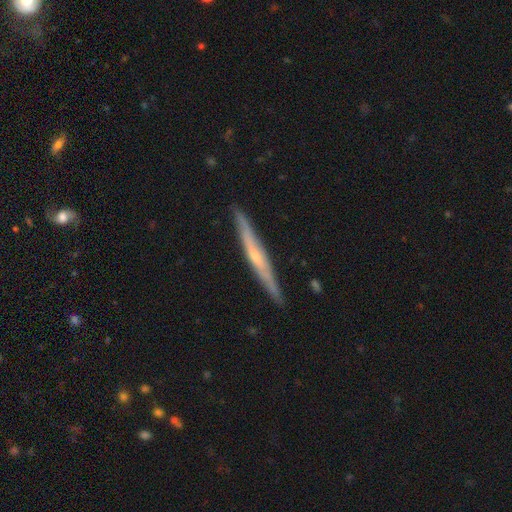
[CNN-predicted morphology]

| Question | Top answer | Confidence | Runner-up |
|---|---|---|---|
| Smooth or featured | featured or disk | 66% | smooth (28%) |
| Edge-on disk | yes | 94% | no (6%) |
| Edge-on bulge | rounded | 48% | none (45%) |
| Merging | none | 88% | minor disturbance (10%) |